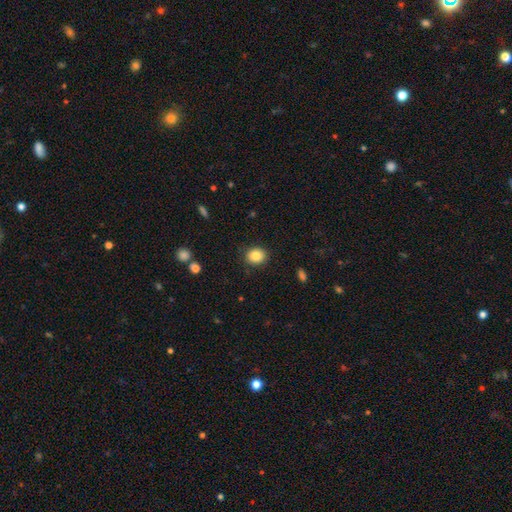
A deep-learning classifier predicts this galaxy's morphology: type=smooth (86%); roundness=round (69%); merging=none (88%).